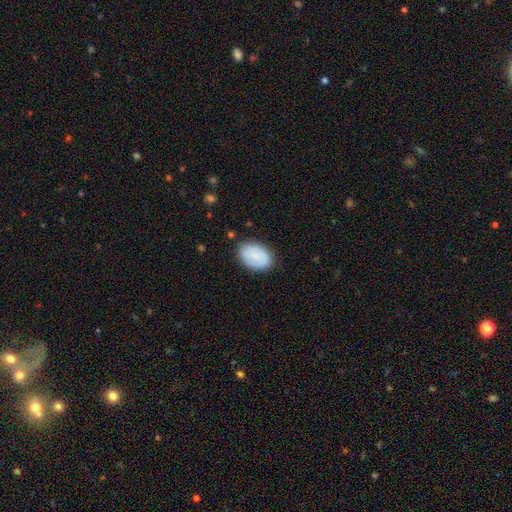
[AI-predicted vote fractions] Q: Smooth or featured?
A: smooth (79%); runner-up: featured or disk (14%)
Q: How rounded?
A: in between (87%); runner-up: round (12%)
Q: Merging?
A: none (81%); runner-up: minor disturbance (14%)